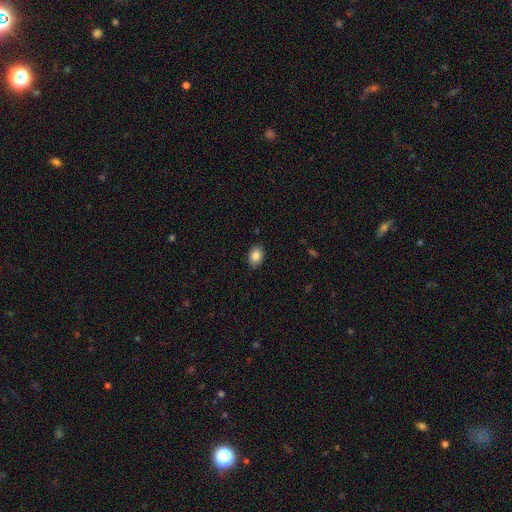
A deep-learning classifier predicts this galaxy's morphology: This is clearly a smooth galaxy (86%). How rounded: likely in between (75%). Merging: clearly none (87%).